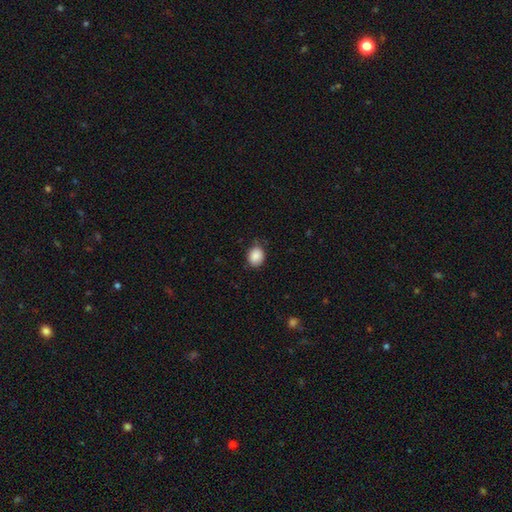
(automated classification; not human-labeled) This appears to be a smooth galaxy with no disk features (88%) that is round (55%). Merging: none (75%).